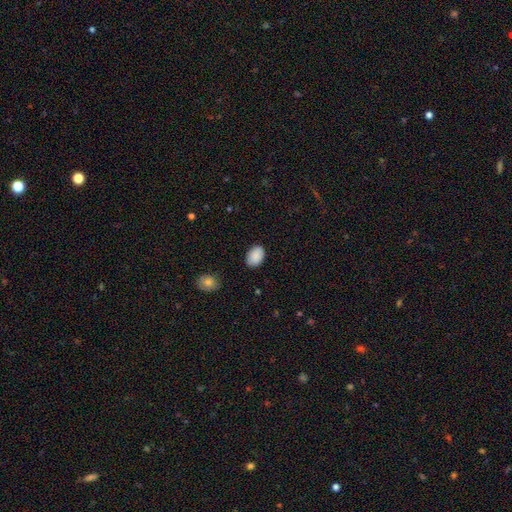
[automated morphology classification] Smooth or featured? smooth (90%)
How rounded? in between (86%)
Merging? none (86%)